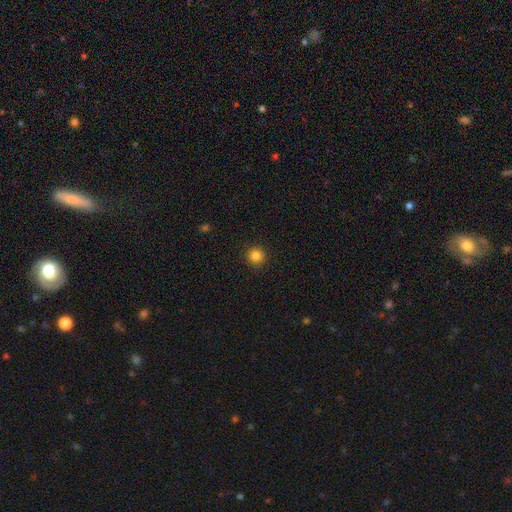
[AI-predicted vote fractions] smooth-or-featured: smooth: 85% | star or artifact: 11% | featured or disk: 4%
  how-rounded: round: 95% | in between: 4% | cigar-shaped: 1%
  merging: none: 93% | minor disturbance: 5% | major disturbance: 2% | merger: 1%